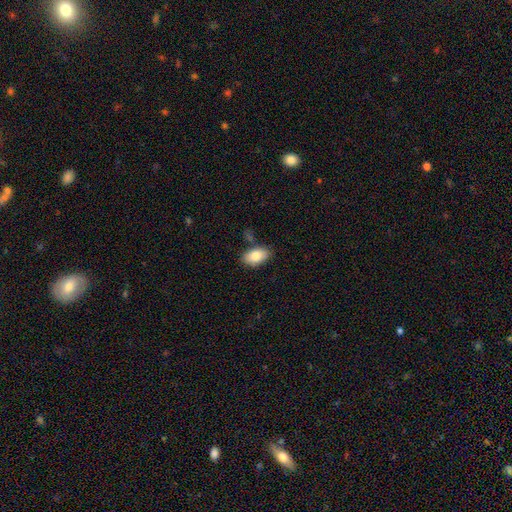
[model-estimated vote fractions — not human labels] Smooth or featured: smooth — 84% (featured or disk — 9%)
How rounded: in between — 93% (round — 6%)
Merging: none — 77% (minor disturbance — 14%)